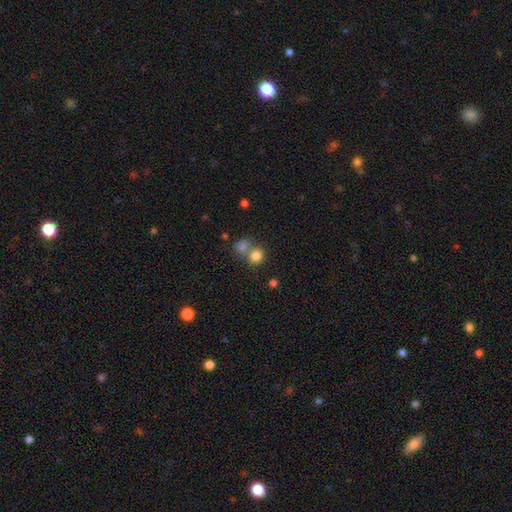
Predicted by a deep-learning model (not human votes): Smooth or featured?
  - smooth: 80% *
  - star or artifact: 13%
  - featured or disk: 8%
How rounded?
  - round: 80% *
  - in between: 19%
  - cigar-shaped: 1%
Merging?
  - none: 51% *
  - merger: 38%
  - minor disturbance: 8%
  - major disturbance: 3%